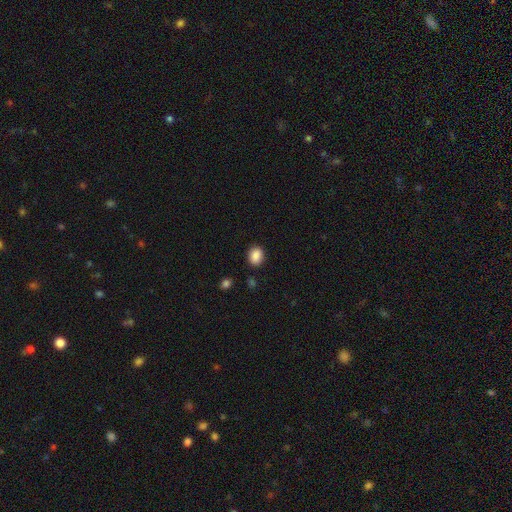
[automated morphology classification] Overall: smooth (88%). How rounded: in between (52%; round 47%). Merging: none (86%).